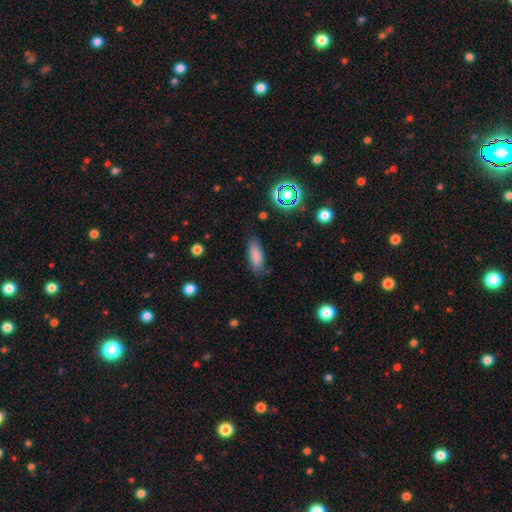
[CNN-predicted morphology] Overall: smooth (83%). How rounded: in between (72%). Merging: none (79%).